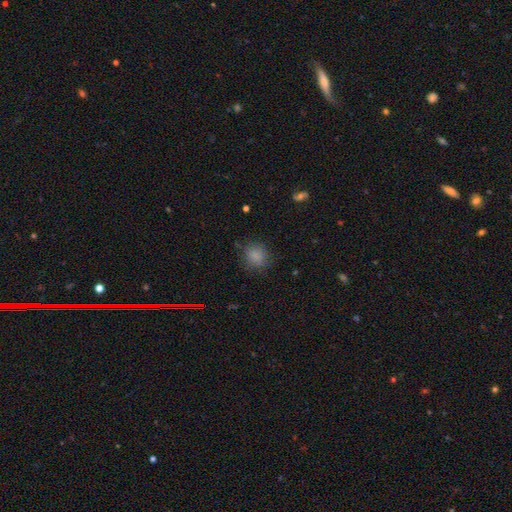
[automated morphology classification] The model was most divided on "merging": none: 78%, minor disturbance: 16%, major disturbance: 5%, merger: 1%. More confident: smooth or featured — smooth (83%); how rounded — round (82%).